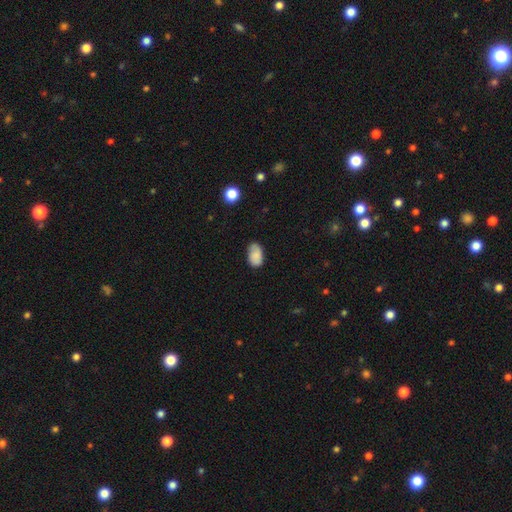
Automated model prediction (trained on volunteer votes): Smooth or featured?
  - smooth: 81% *
  - featured or disk: 10%
  - star or artifact: 8%
How rounded?
  - in between: 91% *
  - round: 8%
  - cigar-shaped: 1%
Merging?
  - none: 66% *
  - minor disturbance: 27%
  - major disturbance: 5%
  - merger: 2%